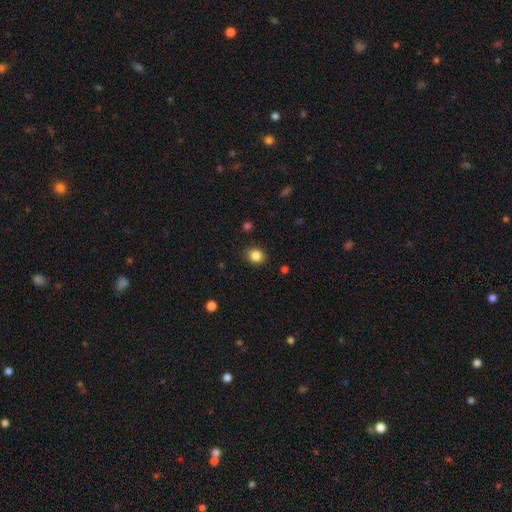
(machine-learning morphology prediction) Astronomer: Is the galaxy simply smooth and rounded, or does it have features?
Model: smooth — 85%.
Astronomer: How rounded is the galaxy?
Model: round — 73%.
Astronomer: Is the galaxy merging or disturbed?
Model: none — 89%.